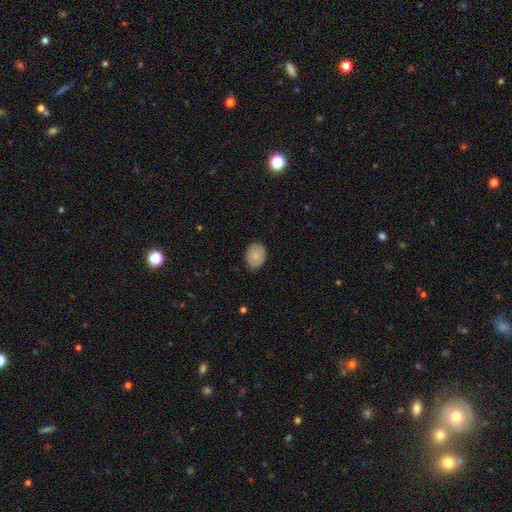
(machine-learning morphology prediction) Q: Smooth or featured?
A: smooth (80%); runner-up: featured or disk (13%)
Q: How rounded?
A: in between (65%); runner-up: round (34%)
Q: Merging?
A: none (85%); runner-up: minor disturbance (12%)